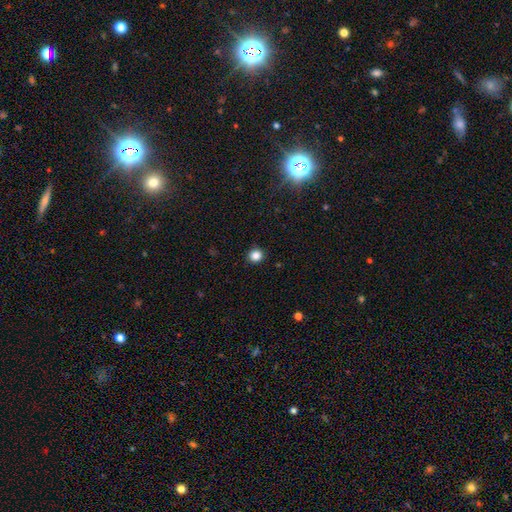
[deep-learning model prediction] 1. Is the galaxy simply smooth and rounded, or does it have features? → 85% smooth, 12% star or artifact, 4% featured or disk.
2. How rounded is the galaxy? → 92% round, 8% in between, 1% cigar-shaped.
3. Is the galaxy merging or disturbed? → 91% none, 6% minor disturbance, 2% major disturbance, 1% merger.